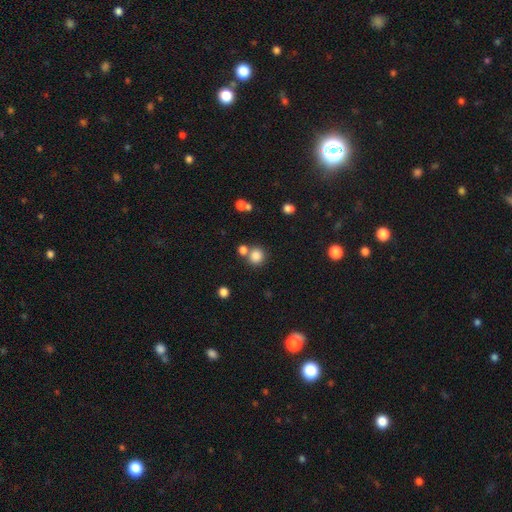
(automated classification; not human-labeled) This is clearly a smooth galaxy (82%). How rounded: clearly round (89%). Merging: likely none (65%).